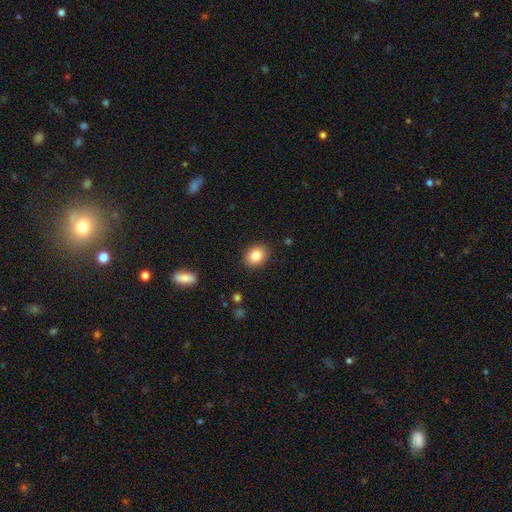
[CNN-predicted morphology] Smooth or featured: smooth — 84% (star or artifact — 9%)
How rounded: in between — 51% (round — 49%)
Merging: none — 88% (minor disturbance — 8%)